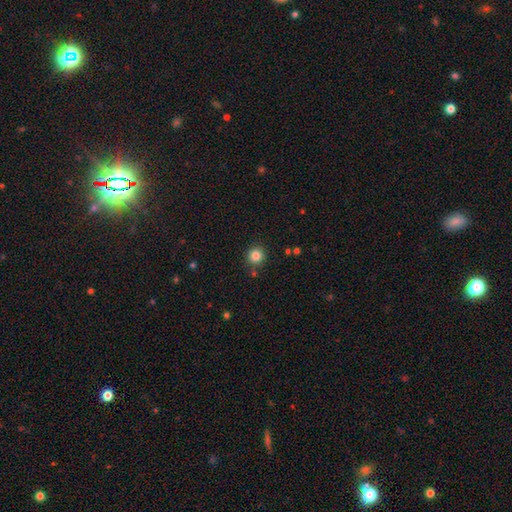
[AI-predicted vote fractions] Q: Smooth or featured?
A: smooth (84%); runner-up: star or artifact (11%)
Q: How rounded?
A: round (94%); runner-up: in between (5%)
Q: Merging?
A: none (86%); runner-up: minor disturbance (8%)